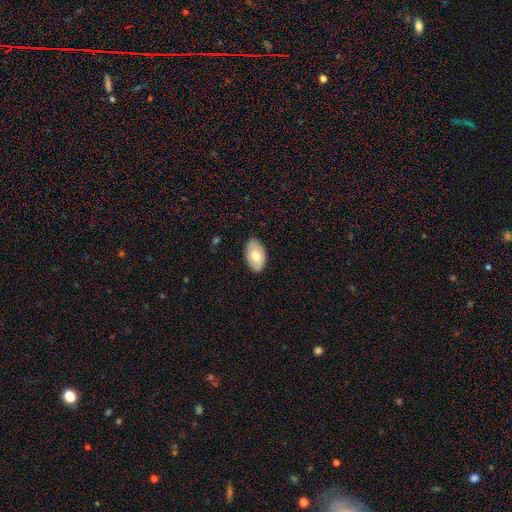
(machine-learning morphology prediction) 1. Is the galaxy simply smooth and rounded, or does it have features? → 68% smooth, 26% featured or disk, 6% star or artifact.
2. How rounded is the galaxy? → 93% in between, 6% round, 1% cigar-shaped.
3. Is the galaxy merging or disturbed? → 85% none, 12% minor disturbance, 2% major disturbance, 1% merger.